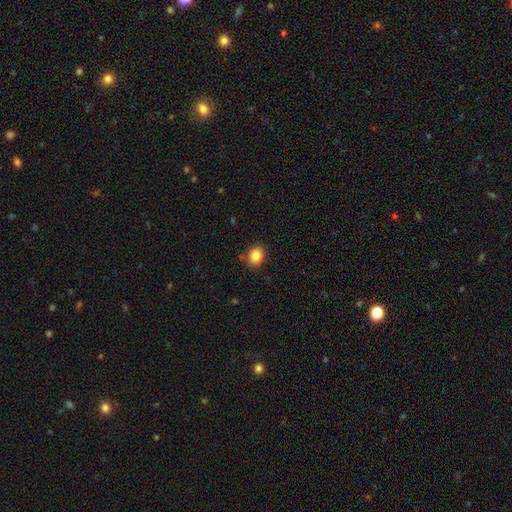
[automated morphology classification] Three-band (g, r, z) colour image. It shows a smooth galaxy with no disk features (85%) that is round (53%). Merging: none (84%).